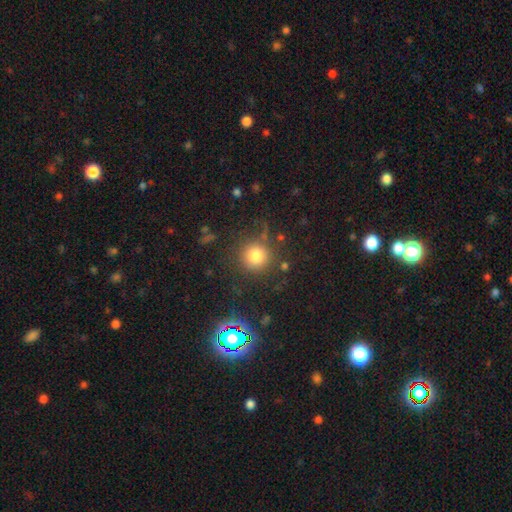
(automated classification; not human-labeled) This is likely a smooth galaxy (78%). How rounded: clearly round (93%). Merging: likely none (79%).